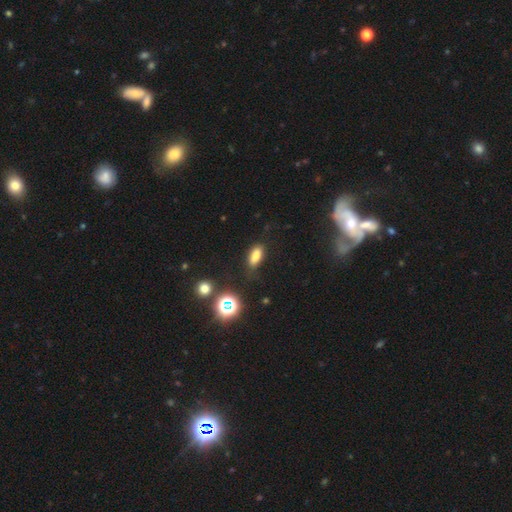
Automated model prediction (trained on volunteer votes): smooth 77%, star or artifact 15%, featured or disk 8%. Down the decision tree: how rounded — in between (75%); merging — none (78%).